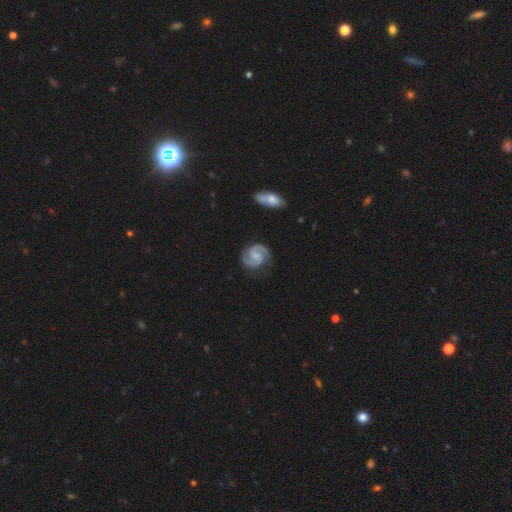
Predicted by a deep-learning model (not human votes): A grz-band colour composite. It shows a featured or disk galaxy (90%) with a weak bar (48%), 2 (94%) medium (53%) spiral arms (98%) and a small central bulge (40%). Merging: none (83%).